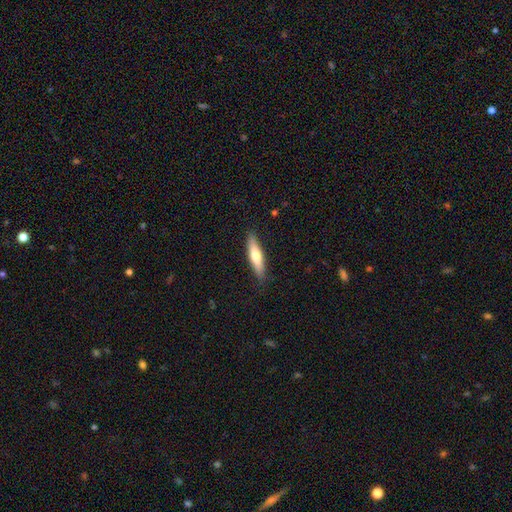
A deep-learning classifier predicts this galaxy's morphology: This is likely a smooth galaxy (61%). How rounded: likely cigar-shaped (77%). Merging: clearly none (88%).